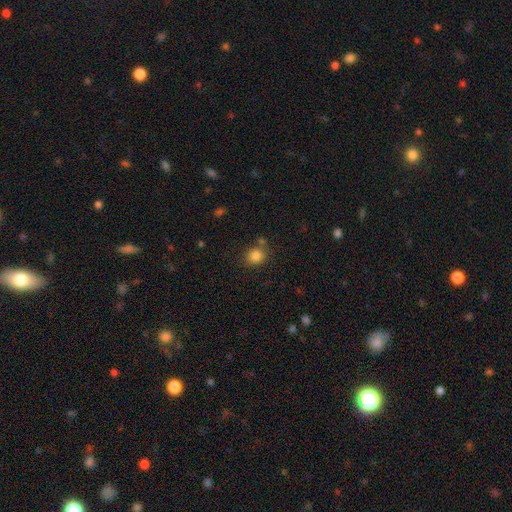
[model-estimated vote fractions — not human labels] Smooth or featured?
  - smooth: 84% *
  - star or artifact: 11%
  - featured or disk: 5%
How rounded?
  - round: 73% *
  - in between: 26%
  - cigar-shaped: 1%
Merging?
  - none: 73% *
  - minor disturbance: 12%
  - merger: 11%
  - major disturbance: 4%